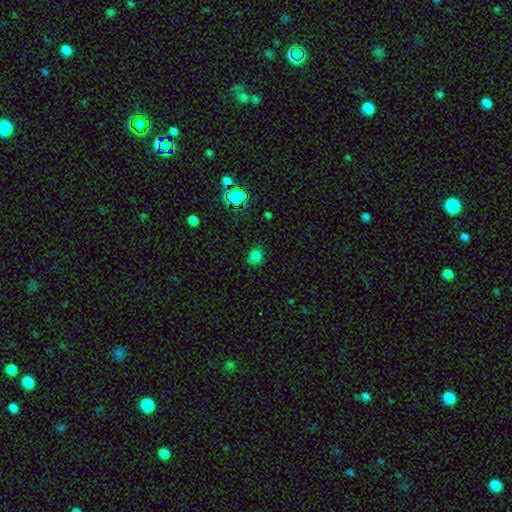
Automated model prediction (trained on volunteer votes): Overall: smooth (76%). How rounded: round (57%; in between 42%). Merging: none (83%).